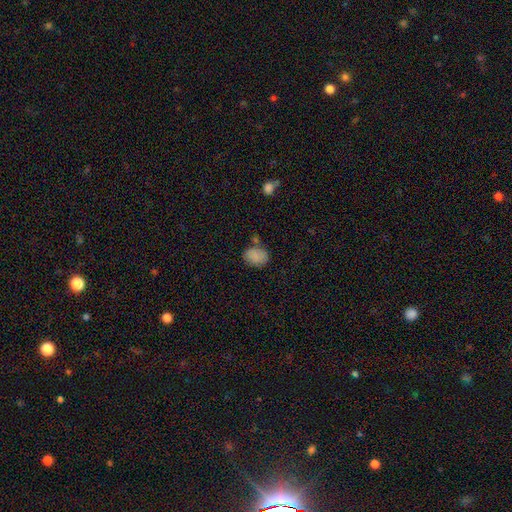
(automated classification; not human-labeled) smooth-or-featured: smooth: 84% | star or artifact: 9% | featured or disk: 7%
  how-rounded: in between: 69% | round: 30% | cigar-shaped: 1%
  merging: none: 64% | minor disturbance: 20% | merger: 11% | major disturbance: 6%